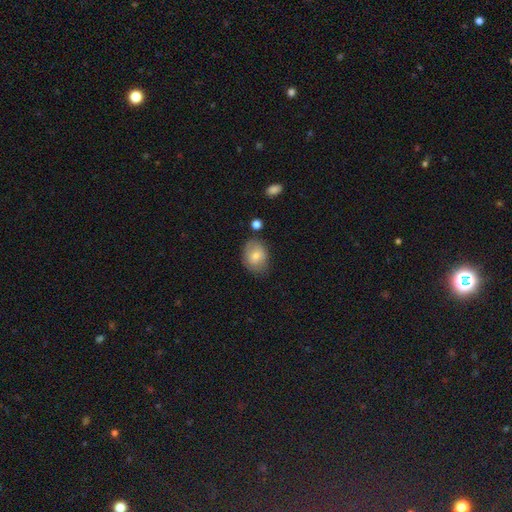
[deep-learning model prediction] Smooth or featured?
  - smooth: 71% *
  - featured or disk: 21%
  - star or artifact: 8%
How rounded?
  - in between: 63% *
  - round: 36%
  - cigar-shaped: 1%
Merging?
  - none: 72% *
  - minor disturbance: 20%
  - major disturbance: 5%
  - merger: 4%